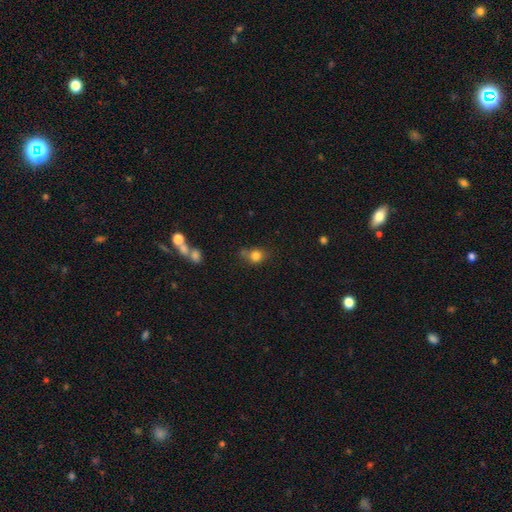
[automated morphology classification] type=smooth (80%); roundness=round (64%); merging=none (53%).